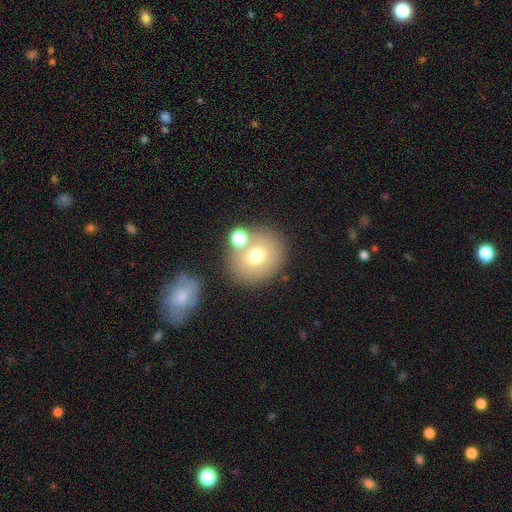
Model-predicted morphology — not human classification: smooth 69%, featured or disk 19%, star or artifact 12%. Down the decision tree: how rounded — round (73%); merging — none (69%).